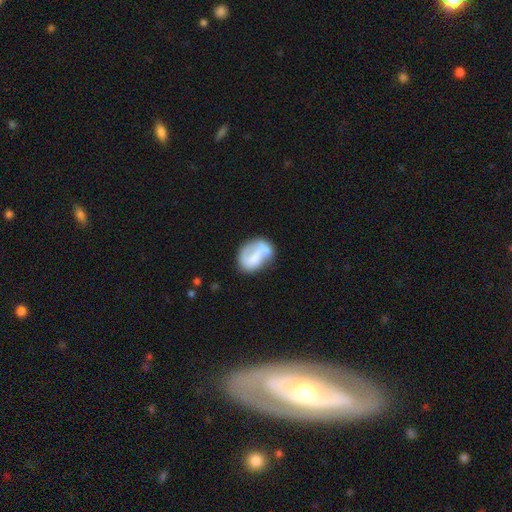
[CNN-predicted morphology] A featured or disk galaxy (47%). Merging: none (40%).